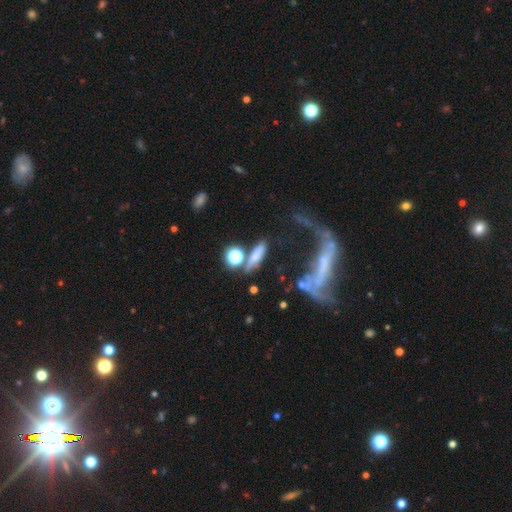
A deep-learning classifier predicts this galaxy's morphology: The model was most divided on "how rounded": cigar-shaped: 48%, in between: 39%, round: 13%. More confident: smooth or featured — smooth (63%); merging — none (59%).